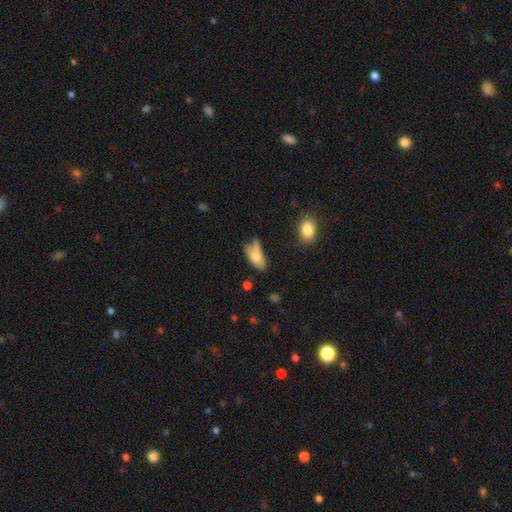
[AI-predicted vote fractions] Smooth or featured: smooth — 70% (featured or disk — 22%)
How rounded: in between — 85% (cigar-shaped — 11%)
Merging: none — 35% (minor disturbance — 33%)